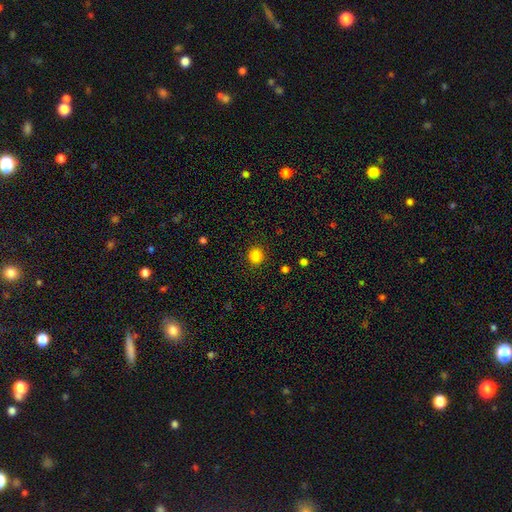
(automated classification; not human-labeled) smooth-or-featured: smooth: 85% | star or artifact: 12% | featured or disk: 3%
  how-rounded: round: 88% | in between: 11% | cigar-shaped: 1%
  merging: none: 91% | minor disturbance: 6% | major disturbance: 2% | merger: 1%